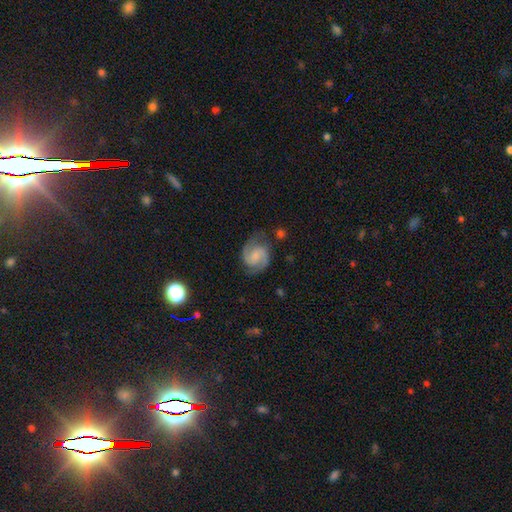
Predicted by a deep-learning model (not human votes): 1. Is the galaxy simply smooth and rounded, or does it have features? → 81% featured or disk, 13% smooth, 6% star or artifact.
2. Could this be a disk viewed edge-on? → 98% no, 2% yes.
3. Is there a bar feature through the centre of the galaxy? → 46% no, 44% weak, 10% strong.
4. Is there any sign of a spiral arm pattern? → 97% yes, 3% no.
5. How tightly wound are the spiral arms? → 55% medium, 28% tight, 17% loose.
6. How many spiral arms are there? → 92% 2, 3% can't tell, 1% 3, 1% 1, 1% 4, 1% more than 4.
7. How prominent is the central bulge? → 35% none, 34% small, 25% moderate, 5% large, 1% dominant.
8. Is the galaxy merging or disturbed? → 75% none, 17% minor disturbance, 6% major disturbance, 2% merger.